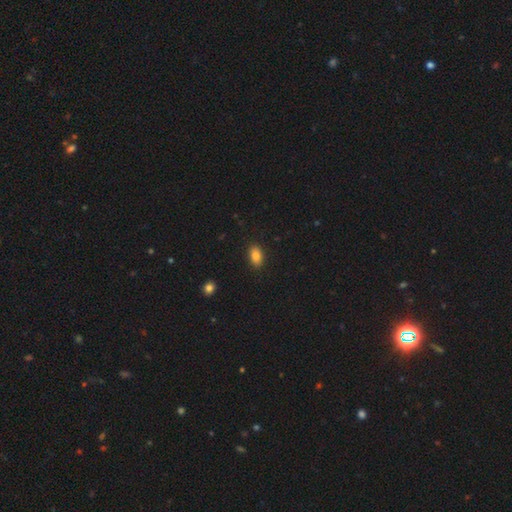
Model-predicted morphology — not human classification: A smooth galaxy with no disk features (86%) that is in between round and cigar-shaped (90%). Merging: none (89%).